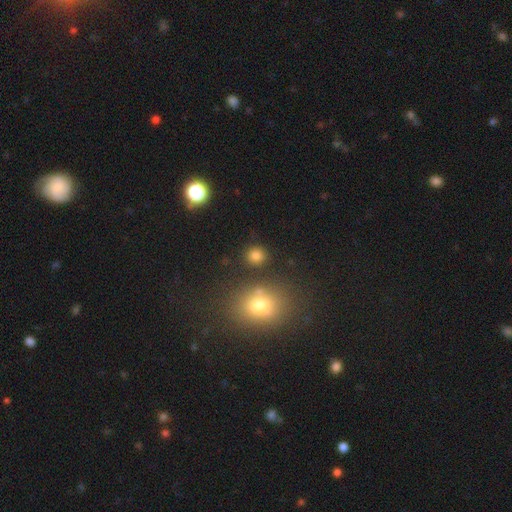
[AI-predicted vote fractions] A smooth galaxy with no disk features (81%) that is round (86%). Merging: none (85%).